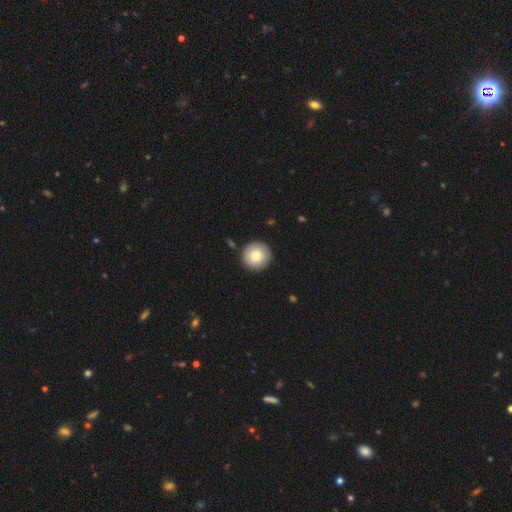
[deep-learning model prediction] Smooth or featured?
  - smooth: 81% *
  - featured or disk: 11%
  - star or artifact: 8%
How rounded?
  - round: 96% *
  - in between: 3%
  - cigar-shaped: 1%
Merging?
  - none: 91% *
  - minor disturbance: 6%
  - merger: 2%
  - major disturbance: 2%